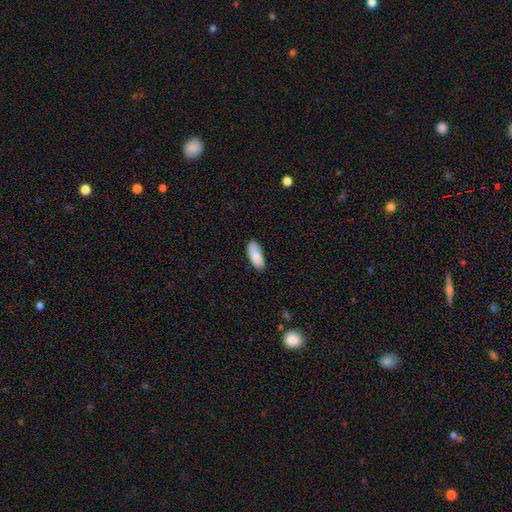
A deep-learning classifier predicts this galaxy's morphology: This is clearly a smooth galaxy (86%). How rounded: clearly in between (84%). Merging: clearly none (82%).